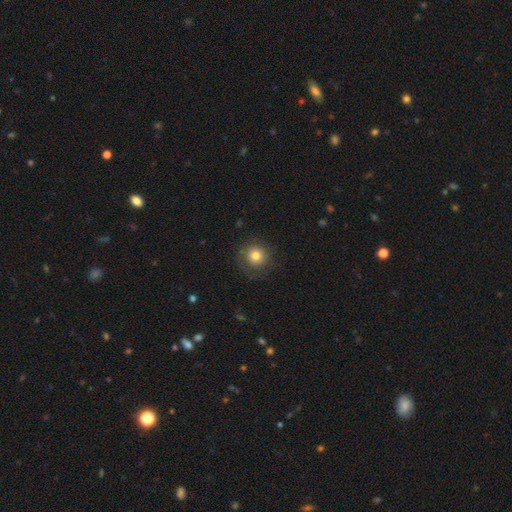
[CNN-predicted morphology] smooth-or-featured: smooth: 78% | featured or disk: 12% | star or artifact: 10%
  how-rounded: round: 94% | in between: 5% | cigar-shaped: 1%
  merging: none: 79% | minor disturbance: 13% | major disturbance: 7% | merger: 1%